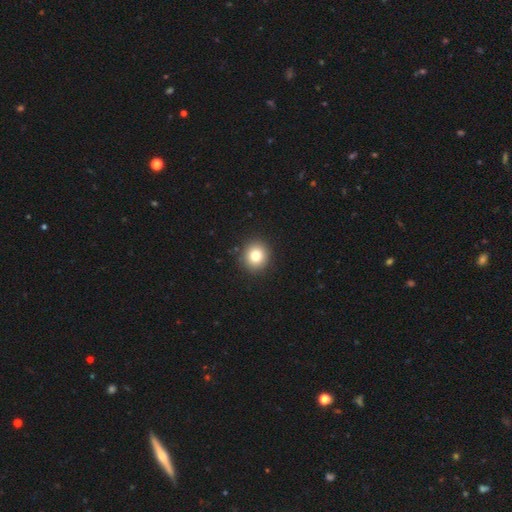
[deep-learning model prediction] Smooth or featured?
  - smooth: 80% *
  - star or artifact: 11%
  - featured or disk: 9%
How rounded?
  - round: 86% *
  - in between: 13%
  - cigar-shaped: 1%
Merging?
  - none: 91% *
  - minor disturbance: 6%
  - major disturbance: 2%
  - merger: 1%